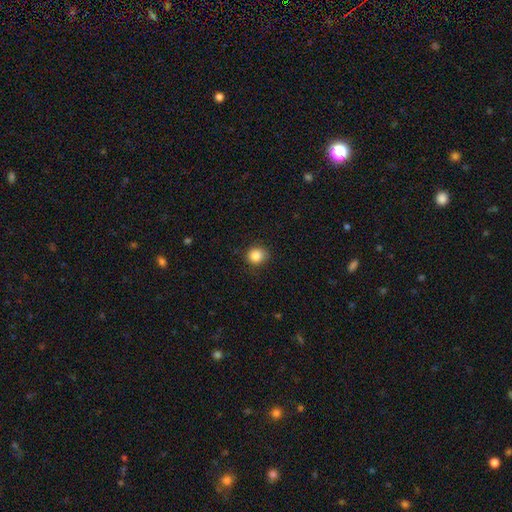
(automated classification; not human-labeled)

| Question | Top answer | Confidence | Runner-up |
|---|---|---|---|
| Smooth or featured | smooth | 86% | star or artifact (10%) |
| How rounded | round | 84% | in between (15%) |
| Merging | none | 86% | minor disturbance (11%) |